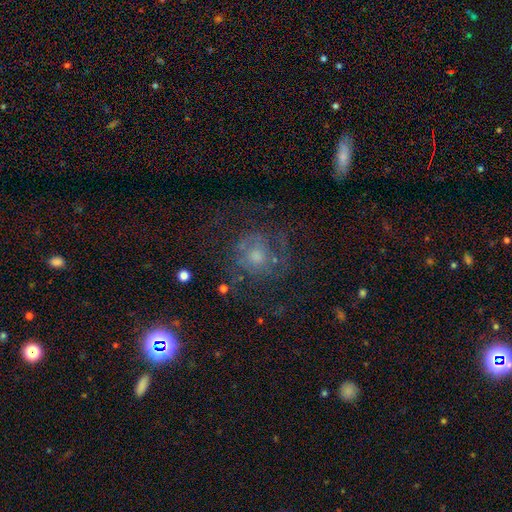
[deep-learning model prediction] This appears to be a featured or disk galaxy (53%) with no bar (83%), spiral arms (58%) and a moderate central bulge (51%). Merging: none (55%).